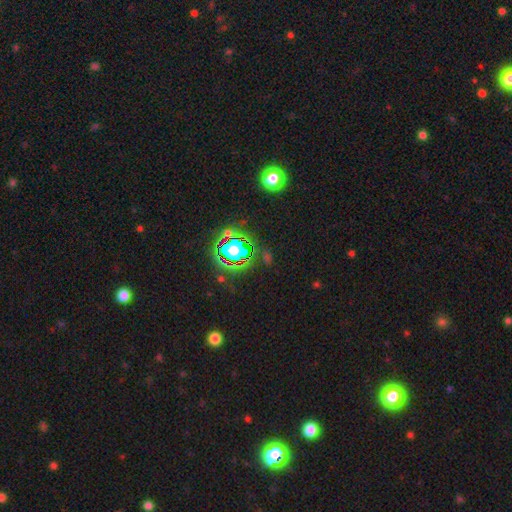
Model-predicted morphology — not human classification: This is clearly a star or artifact rather than a galaxy (81%).